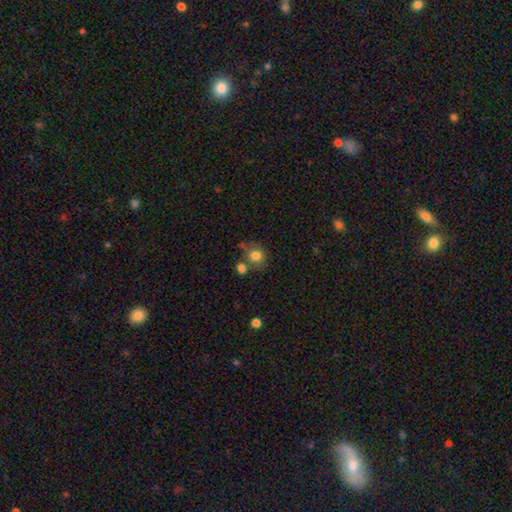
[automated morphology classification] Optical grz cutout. It shows a smooth galaxy with no disk features (79%) that is round (70%). Merging: none (53%).